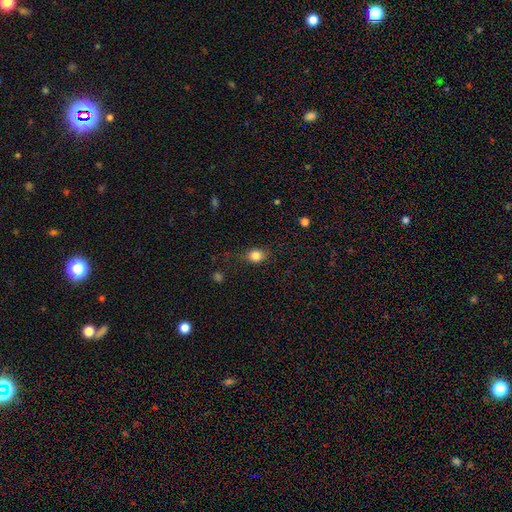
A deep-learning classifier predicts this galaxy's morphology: smooth 83%, star or artifact 11%, featured or disk 6%. Down the decision tree: how rounded — round (62%); merging — none (74%).